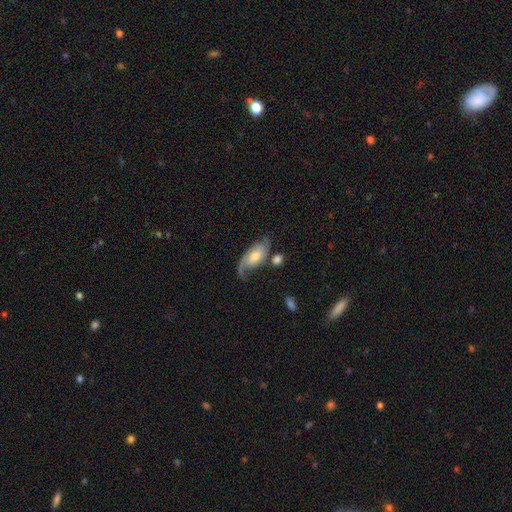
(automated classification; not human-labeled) A featured or disk galaxy (73%) with no bar (63%), 2 (69%) medium (40%) spiral arms (93%) and a moderate central bulge (57%).

Vote fractions:
- Smooth or featured? featured or disk: 73% / smooth: 20% / star or artifact: 7%
- Edge-on disk? no: 92% / yes: 8%
- Bar? no: 63% / weak: 30% / strong: 7%
- Spiral arms? yes: 93% / no: 7%
- Spiral winding? medium: 40% / loose: 38% / tight: 22%
- Spiral arm count? 2: 69% / 1: 20% / can't tell: 7% / 3: 2% / 4: 1% / more than 4: 1%
- Bulge size? moderate: 57% / small: 28% / large: 11% / none: 3% / dominant: 2%
- Merging? none: 59% / minor disturbance: 21% / major disturbance: 14% / merger: 7%